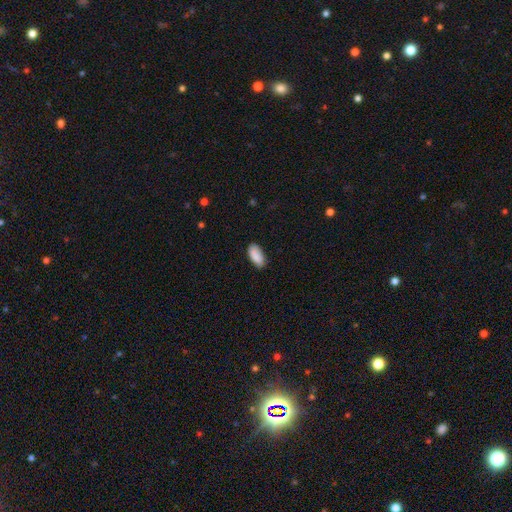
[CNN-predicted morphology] Overall: smooth (90%). How rounded: in between (91%). Merging: none (82%).